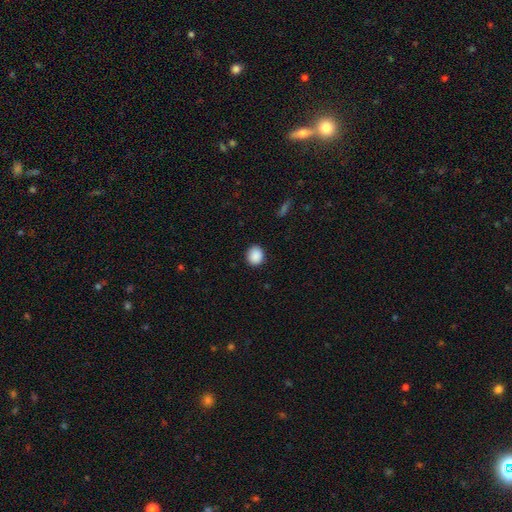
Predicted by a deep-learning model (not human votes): Overall: smooth (89%). How rounded: round (76%). Merging: none (89%).